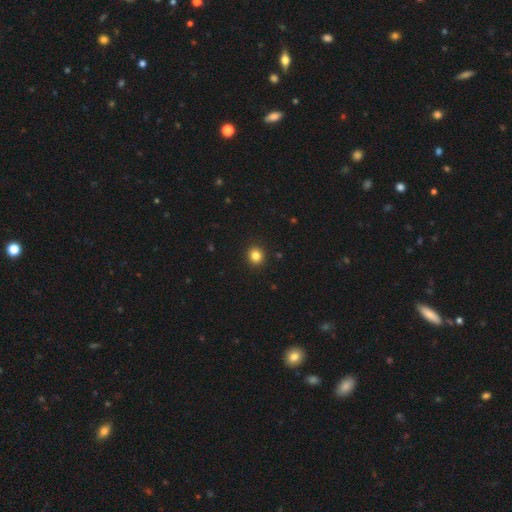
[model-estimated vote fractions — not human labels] smooth 84%, star or artifact 11%, featured or disk 5%. Down the decision tree: how rounded — round (85%); merging — none (93%).